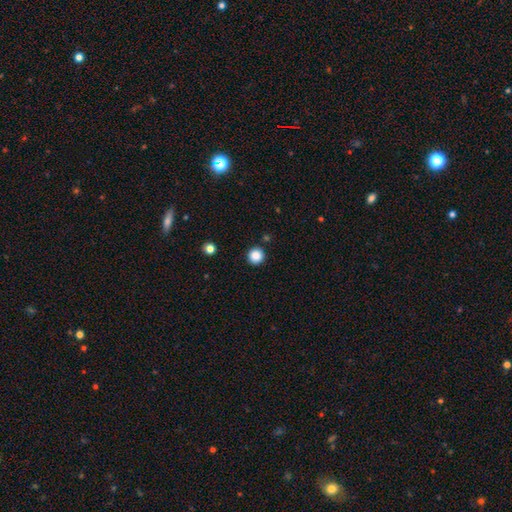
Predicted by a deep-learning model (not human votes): Smooth or featured?
  - smooth: 87% *
  - star or artifact: 10%
  - featured or disk: 3%
How rounded?
  - round: 96% *
  - in between: 3%
  - cigar-shaped: 1%
Merging?
  - none: 91% *
  - minor disturbance: 5%
  - merger: 2%
  - major disturbance: 2%